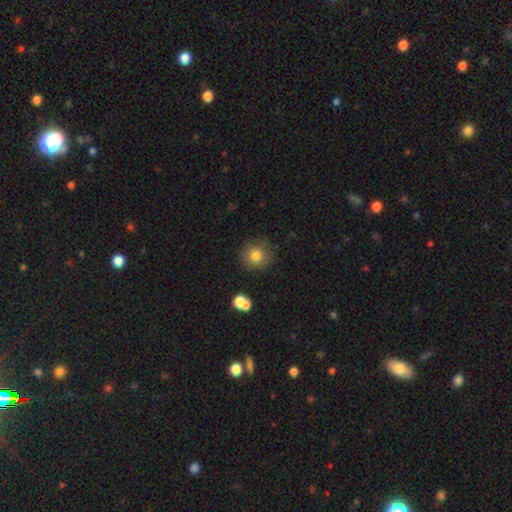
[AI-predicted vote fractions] Overall: smooth (79%). How rounded: round (91%). Merging: none (82%).